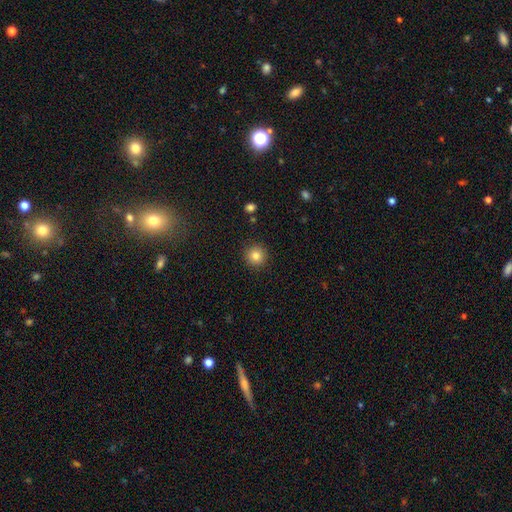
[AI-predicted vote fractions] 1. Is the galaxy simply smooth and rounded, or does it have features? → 83% smooth, 11% star or artifact, 6% featured or disk.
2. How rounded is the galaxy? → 95% round, 4% in between, 1% cigar-shaped.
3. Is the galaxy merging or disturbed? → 91% none, 6% minor disturbance, 2% major disturbance, 1% merger.